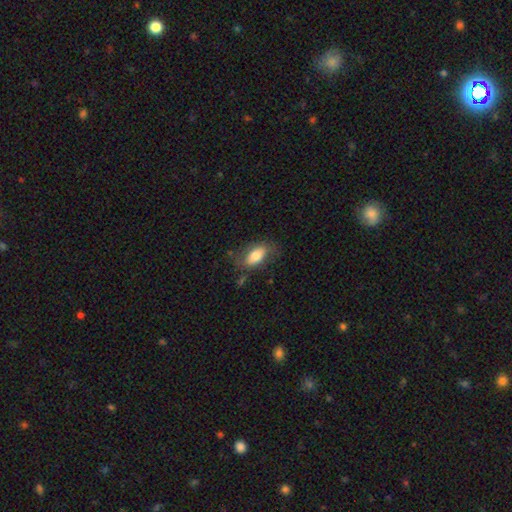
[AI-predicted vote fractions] This is likely a smooth galaxy (75%). How rounded: clearly in between (88%). Merging: likely none (71%).